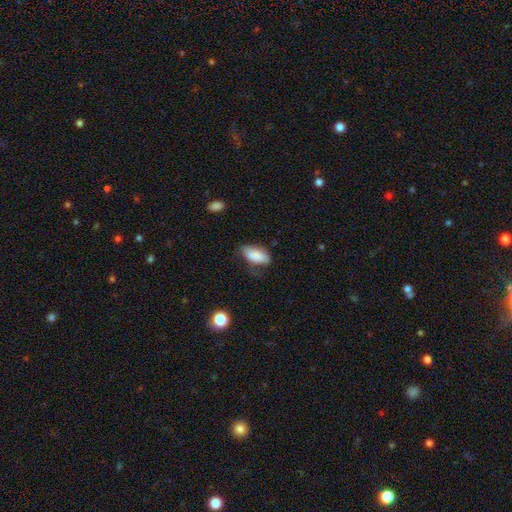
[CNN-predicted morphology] This is clearly a smooth galaxy (85%). How rounded: clearly in between (91%). Merging: possibly none (58%).